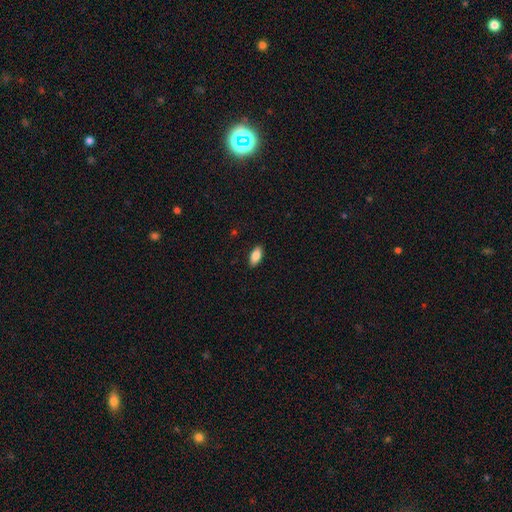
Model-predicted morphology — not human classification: The model was most divided on "smooth or featured": smooth: 86%, featured or disk: 7%, star or artifact: 7%. More confident: how rounded — in between (90%); merging — none (90%).